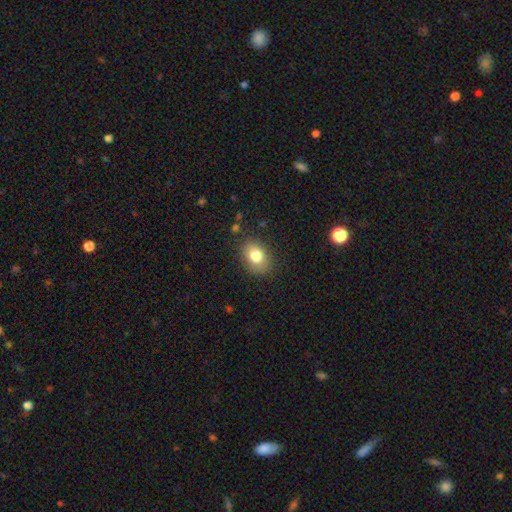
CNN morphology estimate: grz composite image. It shows a smooth galaxy with no disk features (81%) that is in between round and cigar-shaped (70%). Merging: none (82%).